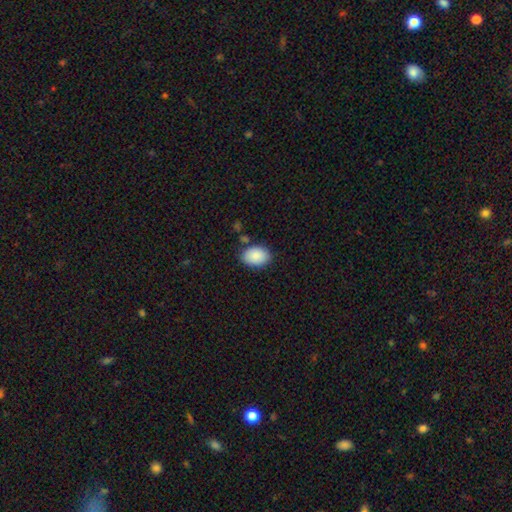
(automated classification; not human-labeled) This appears to be a smooth galaxy with no disk features (88%) that is in between round and cigar-shaped (84%). Merging: none (80%).